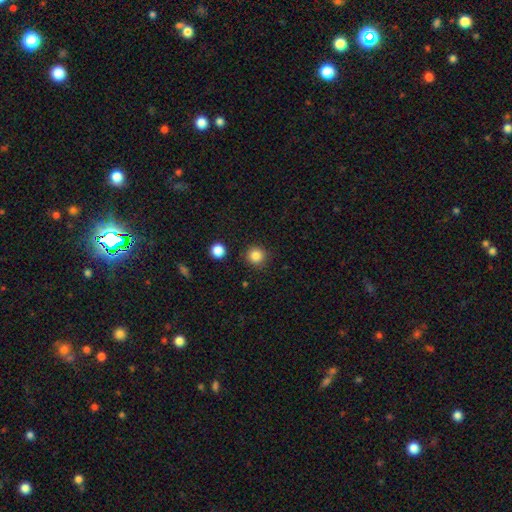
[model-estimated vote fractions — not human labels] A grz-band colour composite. It shows a smooth galaxy with no disk features (85%) that is round (94%). Merging: none (89%).